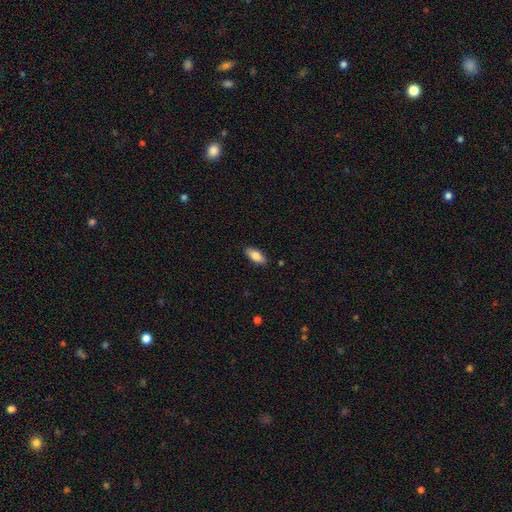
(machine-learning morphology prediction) Smooth or featured? smooth (83%)
How rounded? in between (85%)
Merging? none (88%)